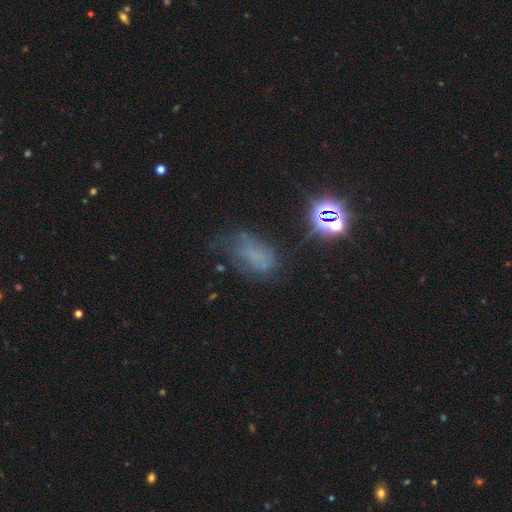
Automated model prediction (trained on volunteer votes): This is marginally a smooth galaxy (36%). Merging: marginally none (36%).